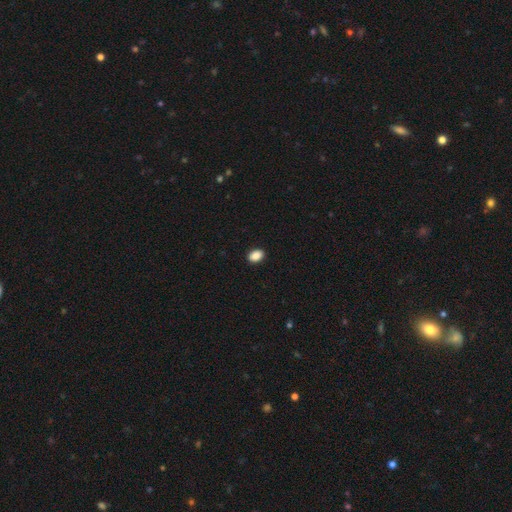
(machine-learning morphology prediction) Smooth or featured? Predicted: smooth (p=0.89). How rounded? Predicted: in between (p=0.79). Merging? Predicted: none (p=0.91).